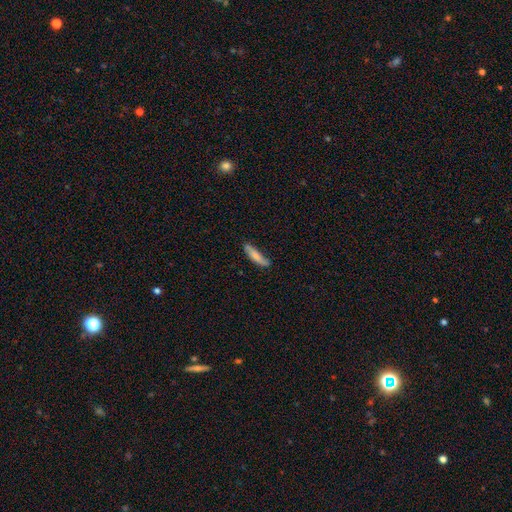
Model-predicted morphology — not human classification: Smooth or featured: smooth — 76% (featured or disk — 19%)
How rounded: cigar-shaped — 72% (in between — 26%)
Merging: none — 69% (minor disturbance — 24%)